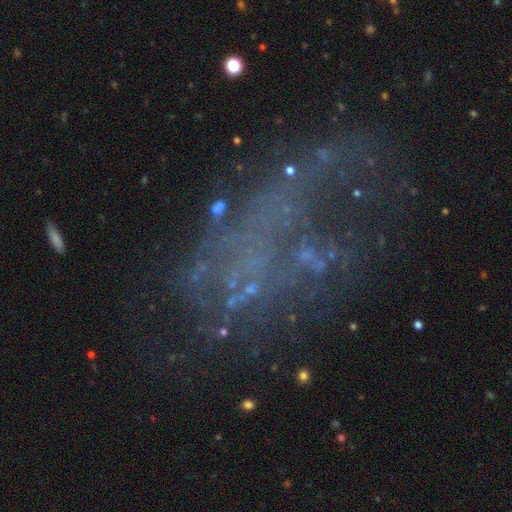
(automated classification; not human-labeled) A featured or disk galaxy (54%) with no bar (92%), no spiral arms (87%) and no central bulge (84%).

Vote fractions:
- Smooth or featured? featured or disk: 54% / star or artifact: 29% / smooth: 18%
- Edge-on disk? no: 95% / yes: 5%
- Bar? no: 92% / weak: 6% / strong: 3%
- Spiral arms? no: 87% / yes: 13%
- Bulge size? none: 84% / small: 10% / moderate: 3% / large: 1% / dominant: 1%
- Merging? major disturbance: 43% / none: 35% / minor disturbance: 13% / merger: 9%